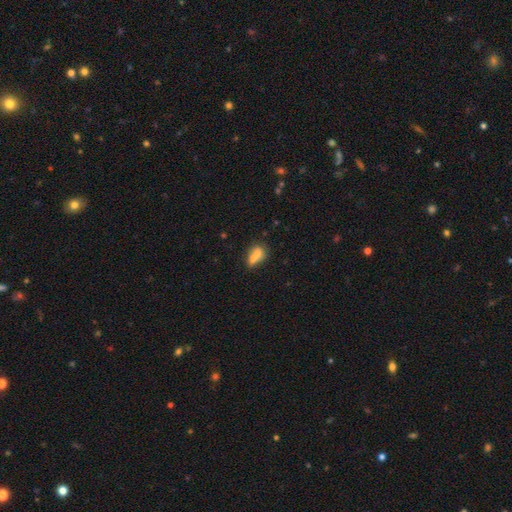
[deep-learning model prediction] smooth_or_featured: smooth (p=0.68) [alt: featured or disk p=0.21]
how_rounded: in between (p=0.57) [alt: round p=0.39]
merging: merger (p=0.63) [alt: none p=0.24]